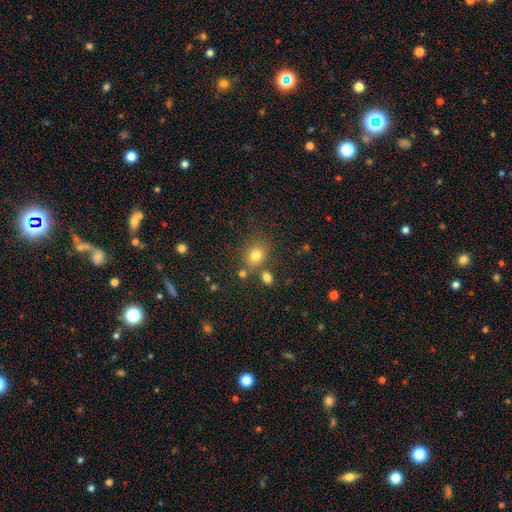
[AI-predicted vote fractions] smooth-or-featured: smooth: 77% | star or artifact: 14% | featured or disk: 9%
  how-rounded: round: 55% | in between: 44% | cigar-shaped: 1%
  merging: none: 68% | merger: 14% | minor disturbance: 13% | major disturbance: 5%